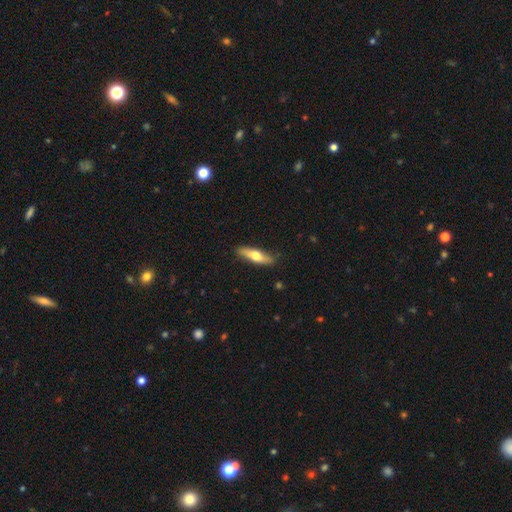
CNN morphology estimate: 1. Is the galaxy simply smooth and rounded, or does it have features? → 56% smooth, 39% featured or disk, 5% star or artifact.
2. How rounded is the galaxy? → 67% cigar-shaped, 31% in between, 2% round.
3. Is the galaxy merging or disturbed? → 85% none, 12% minor disturbance, 2% major disturbance, 1% merger.